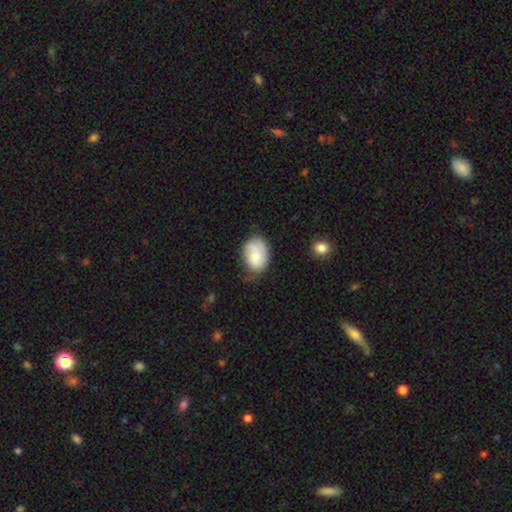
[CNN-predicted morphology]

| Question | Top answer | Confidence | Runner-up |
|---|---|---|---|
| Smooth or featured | smooth | 62% | featured or disk (31%) |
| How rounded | in between | 78% | round (21%) |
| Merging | none | 53% | minor disturbance (32%) |